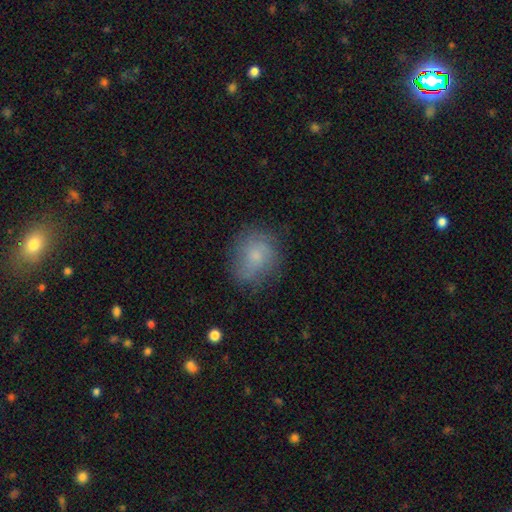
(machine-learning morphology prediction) smooth_or_featured: smooth (p=0.55) [alt: featured or disk p=0.35]
how_rounded: round (p=0.63) [alt: in between p=0.35]
merging: none (p=0.69) [alt: minor disturbance p=0.21]